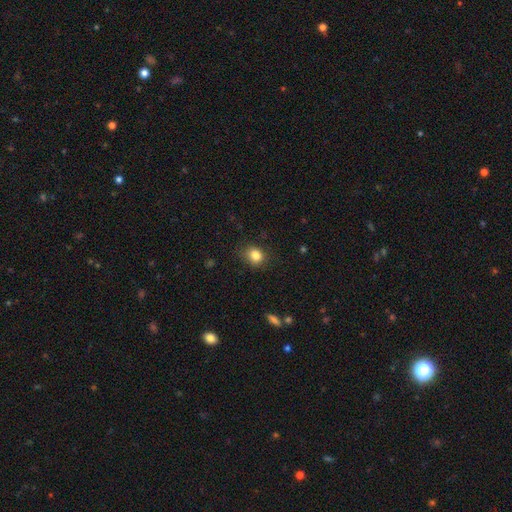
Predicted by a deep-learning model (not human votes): Overall: smooth (84%). How rounded: round (65%; in between 34%). Merging: none (78%).